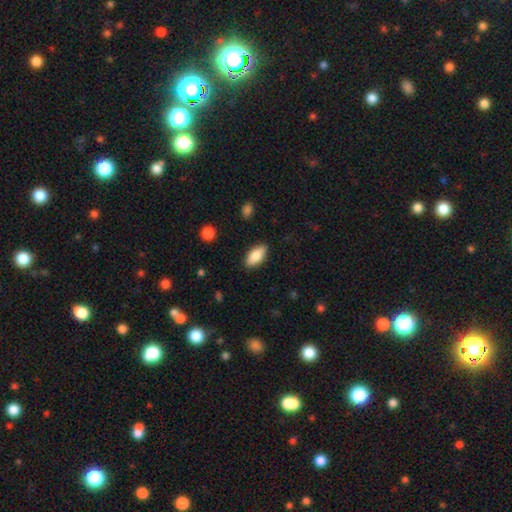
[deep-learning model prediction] A smooth galaxy with no disk features (80%) that is in between round and cigar-shaped (86%).

Vote fractions:
- Smooth or featured? smooth: 80% / featured or disk: 14% / star or artifact: 7%
- How rounded? in between: 86% / cigar-shaped: 11% / round: 3%
- Merging? none: 87% / minor disturbance: 10% / major disturbance: 2% / merger: 1%